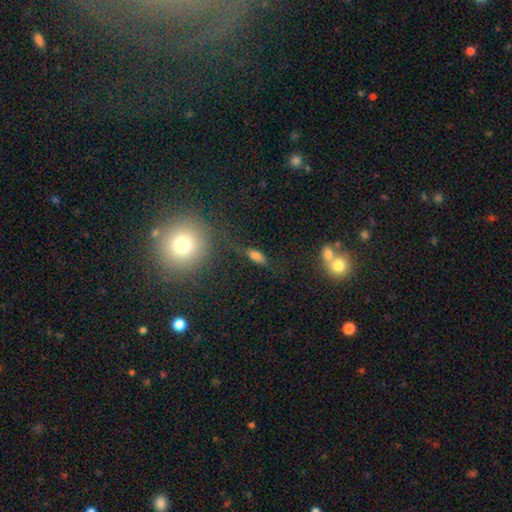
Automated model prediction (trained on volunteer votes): A smooth galaxy with no disk features (70%) that is in between round and cigar-shaped (67%). Merging: none (66%).